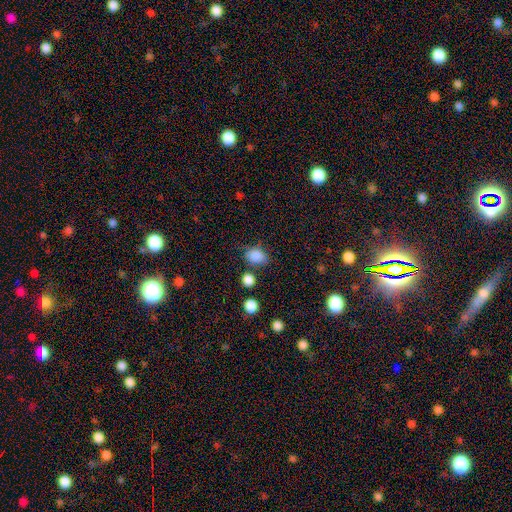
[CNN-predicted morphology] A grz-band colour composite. It shows a smooth galaxy with no disk features (85%) that is in between round and cigar-shaped (57%). Merging: none (68%).